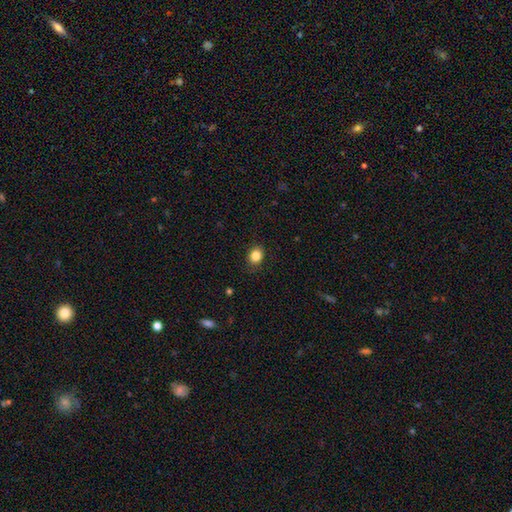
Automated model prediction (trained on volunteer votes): Smooth or featured? smooth (85%)
How rounded? round (59%)
Merging? none (87%)